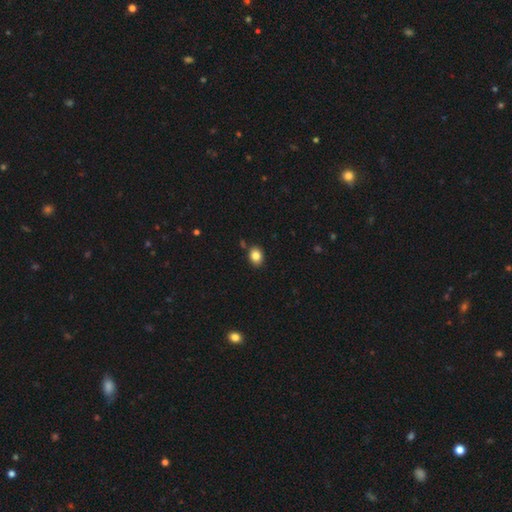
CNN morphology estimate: The model was most divided on "how rounded": in between: 56%, round: 43%, cigar-shaped: 1%. More confident: merging — none (85%); smooth or featured — smooth (84%).